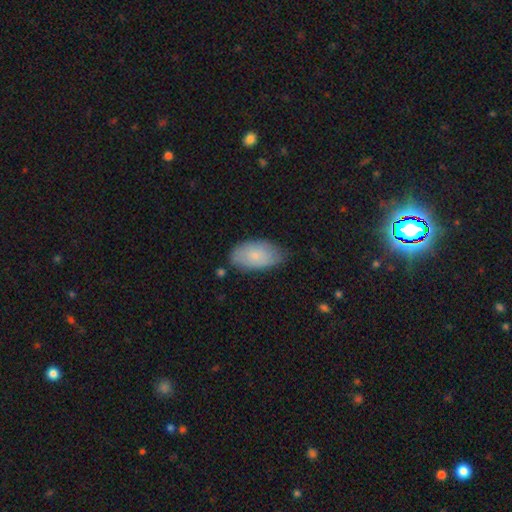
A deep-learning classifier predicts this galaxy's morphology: smooth_or_featured: smooth (p=0.75) [alt: featured or disk p=0.19]
how_rounded: in between (p=0.94) [alt: round p=0.03]
merging: none (p=0.67) [alt: minor disturbance p=0.27]